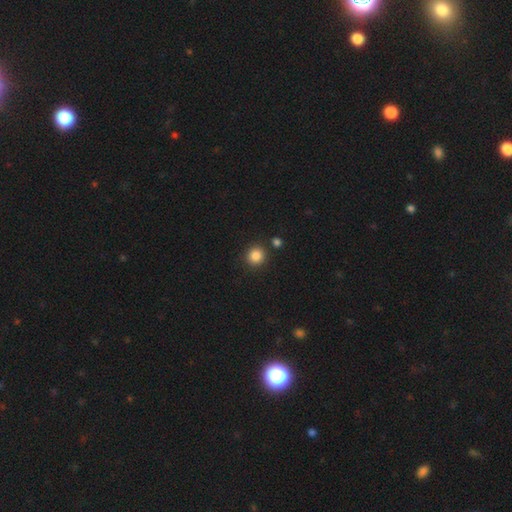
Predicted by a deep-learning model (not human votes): Smooth or featured?
  - smooth: 86% *
  - star or artifact: 10%
  - featured or disk: 4%
How rounded?
  - round: 90% *
  - in between: 9%
  - cigar-shaped: 1%
Merging?
  - none: 86% *
  - minor disturbance: 7%
  - merger: 5%
  - major disturbance: 2%